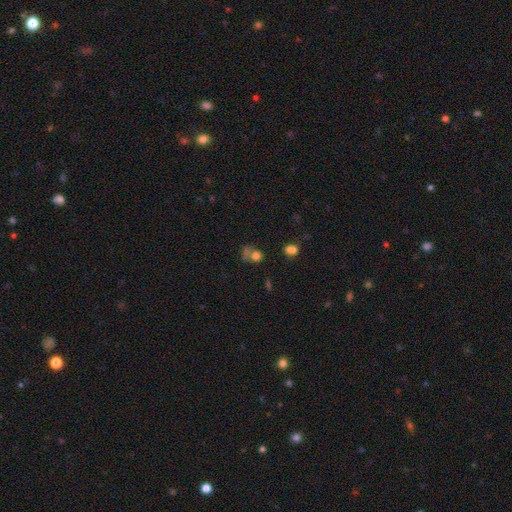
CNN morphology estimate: The model was most divided on "merging": none: 41%, merger: 27%, major disturbance: 16%, minor disturbance: 16%. More confident: how rounded — round (72%); smooth or featured — smooth (70%).